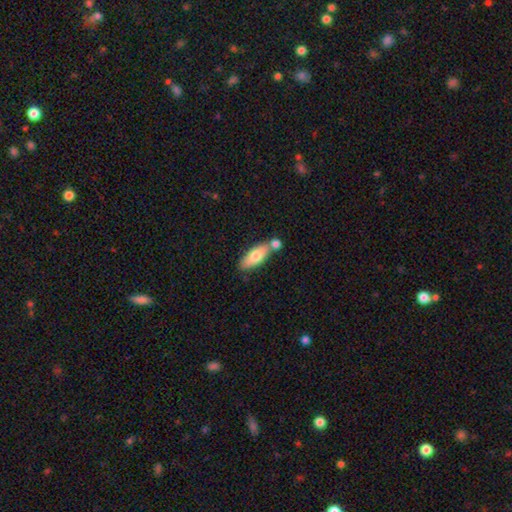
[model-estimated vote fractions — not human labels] Overall: smooth (72%). How rounded: in between (70%). Merging: none (51%; merger 33%).